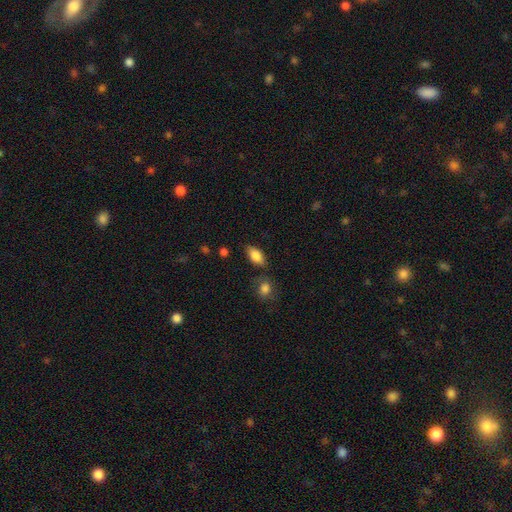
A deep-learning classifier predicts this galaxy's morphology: This is clearly a smooth galaxy (83%). How rounded: clearly in between (90%). Merging: likely none (78%).